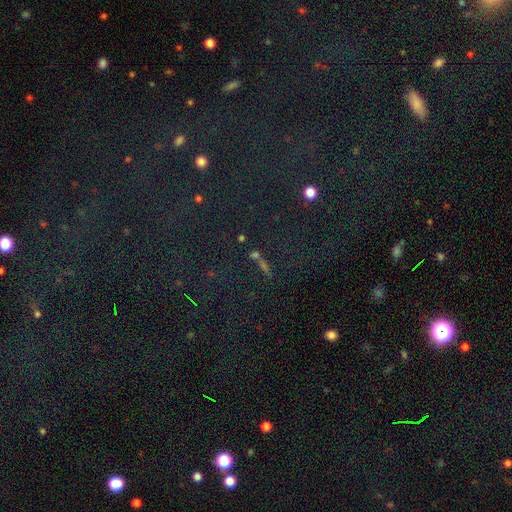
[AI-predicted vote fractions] Morphology: type=star or artifact (51%).